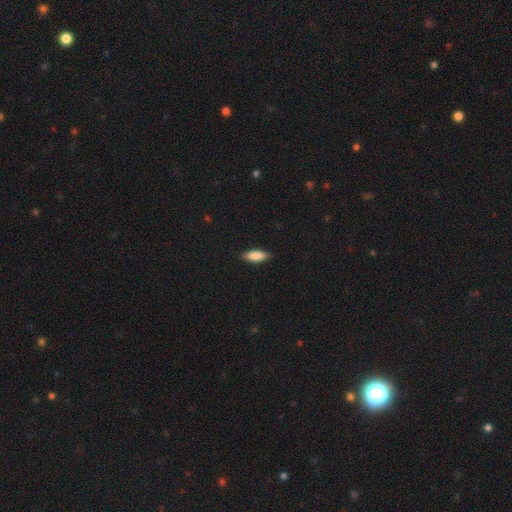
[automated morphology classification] smooth 83%, featured or disk 11%, star or artifact 6%. Down the decision tree: how rounded — in between (71%); merging — none (87%).